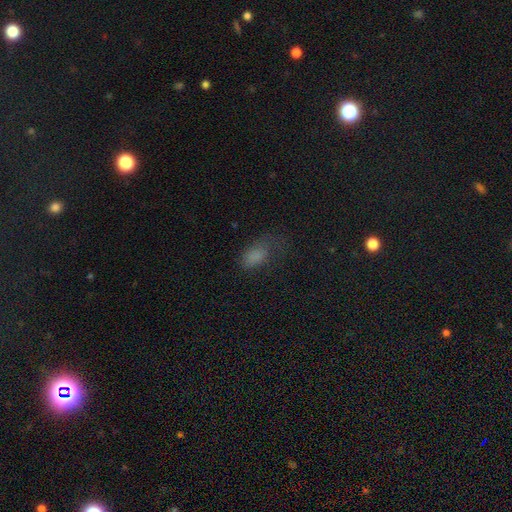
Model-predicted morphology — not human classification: Overall: smooth (76%). How rounded: in between (88%). Merging: none (41%; major disturbance 30%).